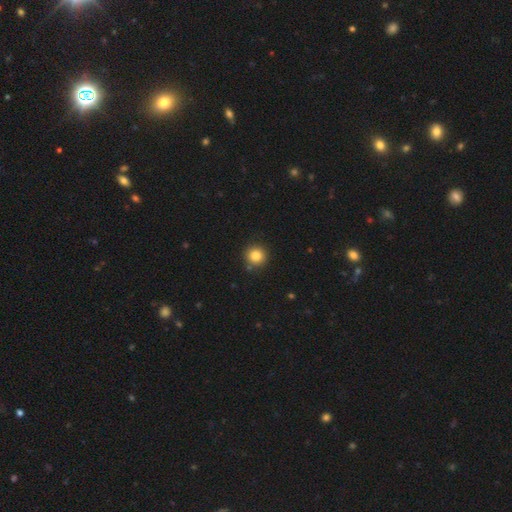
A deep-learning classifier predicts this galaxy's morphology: Overall: smooth (84%). How rounded: round (94%). Merging: none (88%).